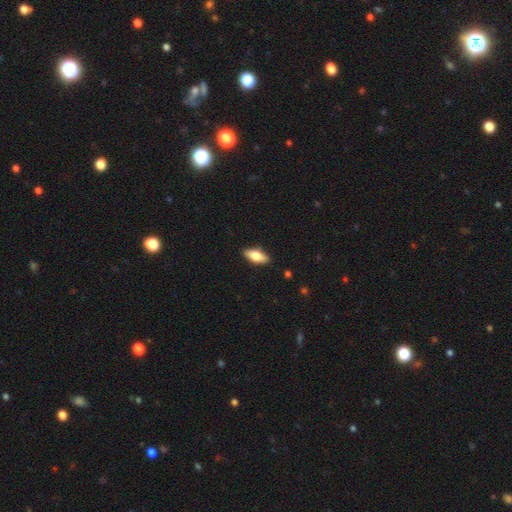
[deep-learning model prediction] smooth_or_featured: smooth (p=0.70) [alt: featured or disk p=0.24]
how_rounded: in between (p=0.79) [alt: cigar-shaped p=0.18]
merging: none (p=0.88) [alt: minor disturbance p=0.09]